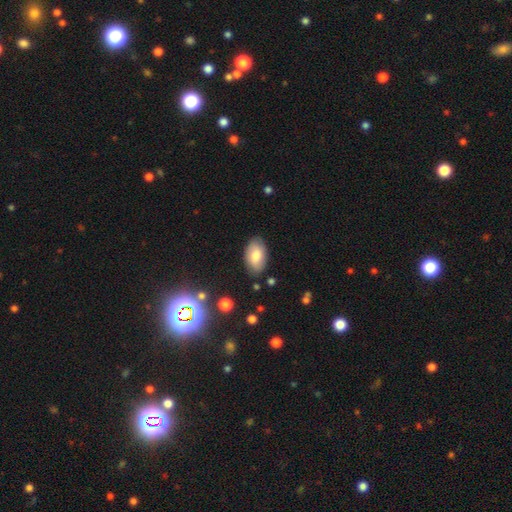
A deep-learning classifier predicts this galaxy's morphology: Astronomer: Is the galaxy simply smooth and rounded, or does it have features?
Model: smooth — 74%.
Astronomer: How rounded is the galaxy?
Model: in between — 94%.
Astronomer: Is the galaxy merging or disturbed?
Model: none — 82%.